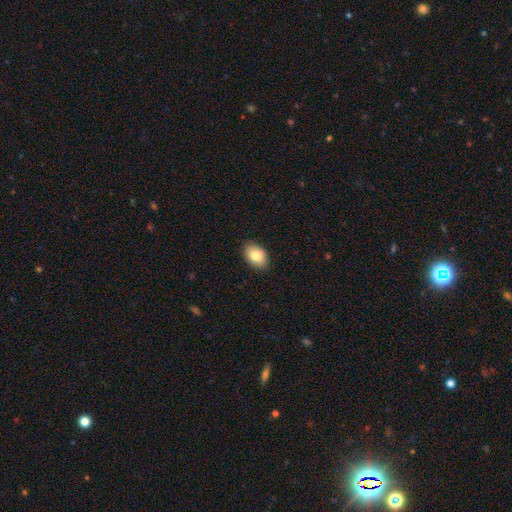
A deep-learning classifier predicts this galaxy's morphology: smooth-or-featured: smooth: 83% | featured or disk: 10% | star or artifact: 7%
  how-rounded: in between: 82% | round: 17% | cigar-shaped: 1%
  merging: none: 88% | minor disturbance: 10% | major disturbance: 2% | merger: 1%